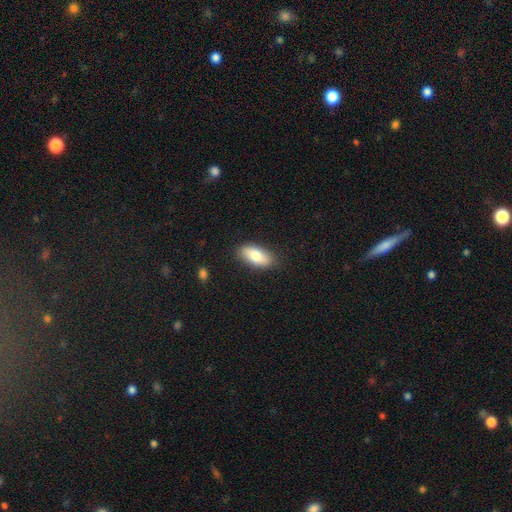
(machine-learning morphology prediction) Smooth or featured: smooth — 81% (featured or disk — 13%)
How rounded: in between — 89% (cigar-shaped — 8%)
Merging: none — 85% (minor disturbance — 11%)